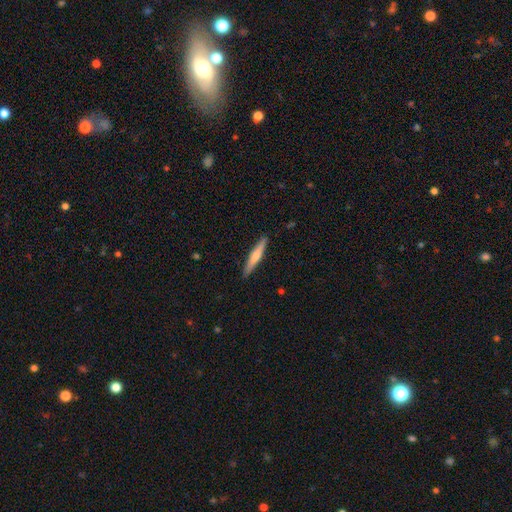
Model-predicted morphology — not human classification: smooth-or-featured: smooth: 55% | featured or disk: 40% | star or artifact: 5%
  how-rounded: cigar-shaped: 93% | in between: 6% | round: 1%
  merging: none: 91% | minor disturbance: 7% | major disturbance: 1% | merger: 1%